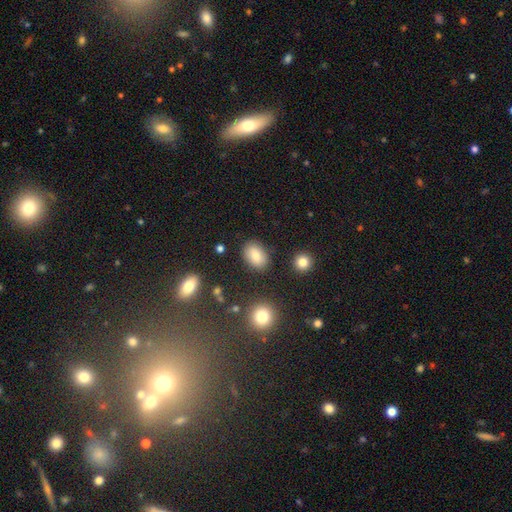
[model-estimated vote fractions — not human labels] Smooth or featured? smooth (81%)
How rounded? in between (82%)
Merging? none (84%)